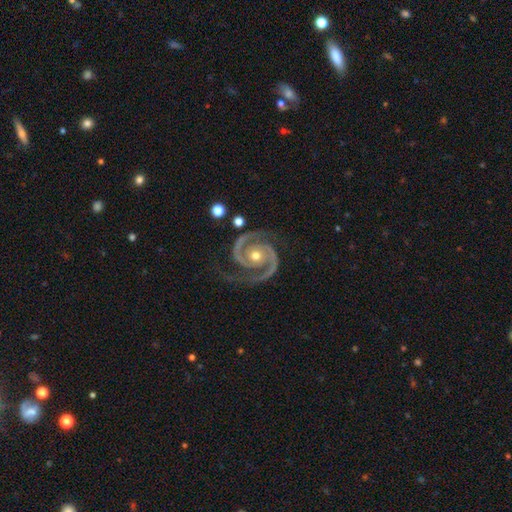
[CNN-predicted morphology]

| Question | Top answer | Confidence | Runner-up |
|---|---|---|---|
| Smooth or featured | featured or disk | 94% | star or artifact (4%) |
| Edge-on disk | no | 98% | yes (2%) |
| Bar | no | 73% | weak (18%) |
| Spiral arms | yes | 99% | no (1%) |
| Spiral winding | tight | 51% | medium (44%) |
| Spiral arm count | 2 | 94% | 3 (2%) |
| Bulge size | moderate | 64% | small (32%) |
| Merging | none | 79% | minor disturbance (14%) |